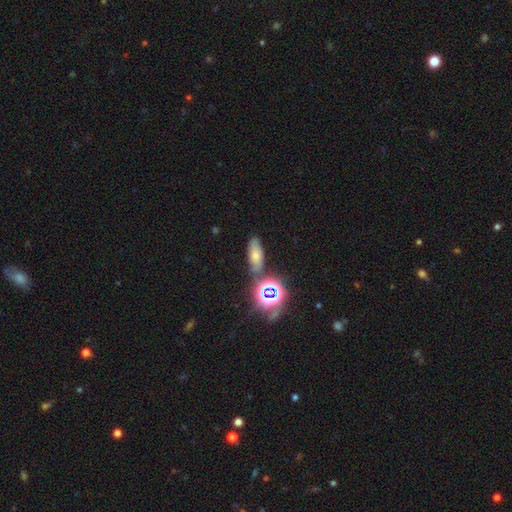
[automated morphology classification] Q: Smooth or featured?
A: smooth (53%); runner-up: star or artifact (26%)
Q: How rounded?
A: in between (73%); runner-up: cigar-shaped (17%)
Q: Merging?
A: none (70%); runner-up: minor disturbance (15%)